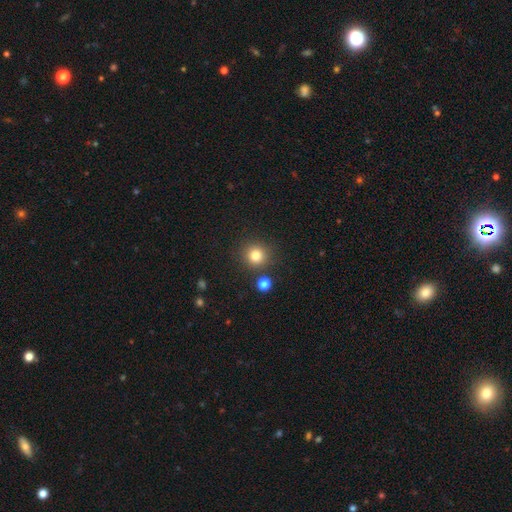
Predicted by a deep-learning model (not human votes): Morphology: type=smooth (82%); roundness=round (92%); merging=none (86%).